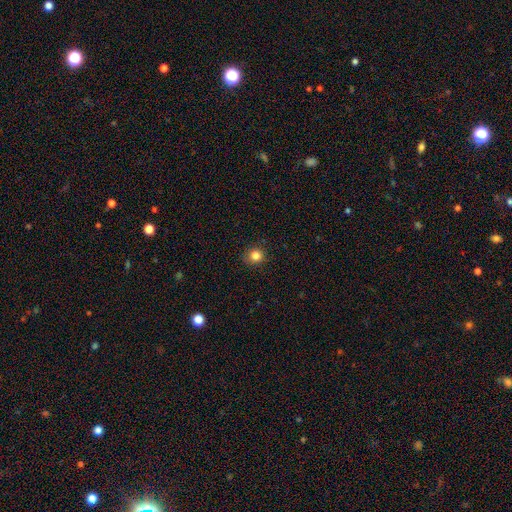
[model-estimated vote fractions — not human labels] This is clearly a smooth galaxy (84%). How rounded: clearly round (87%). Merging: clearly none (89%).